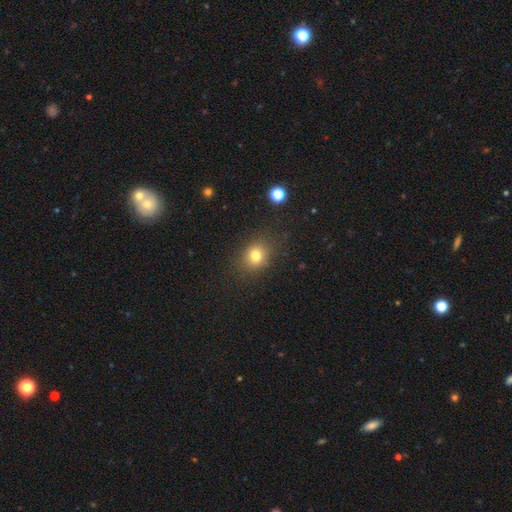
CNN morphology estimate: A smooth galaxy with no disk features (78%) that is round (62%).

Vote fractions:
- Smooth or featured? smooth: 78% / star or artifact: 14% / featured or disk: 8%
- How rounded? round: 62% / in between: 37% / cigar-shaped: 1%
- Merging? none: 81% / minor disturbance: 12% / major disturbance: 5% / merger: 2%